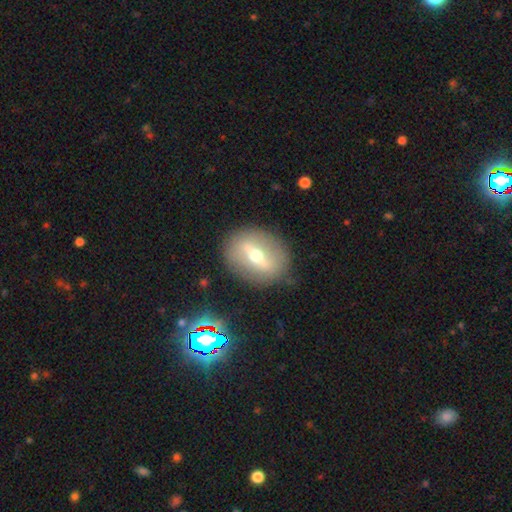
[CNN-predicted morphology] Q: Smooth or featured?
A: featured or disk (60%); runner-up: smooth (32%)
Q: Edge-on disk?
A: no (72%); runner-up: yes (28%)
Q: Merging?
A: none (84%); runner-up: minor disturbance (10%)